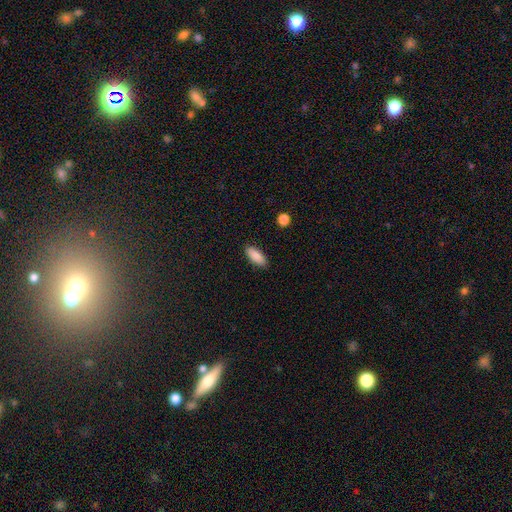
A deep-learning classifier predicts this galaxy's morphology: Smooth or featured?
  - smooth: 89% *
  - star or artifact: 7%
  - featured or disk: 4%
How rounded?
  - in between: 77% *
  - cigar-shaped: 21%
  - round: 2%
Merging?
  - none: 88% *
  - minor disturbance: 8%
  - major disturbance: 2%
  - merger: 1%